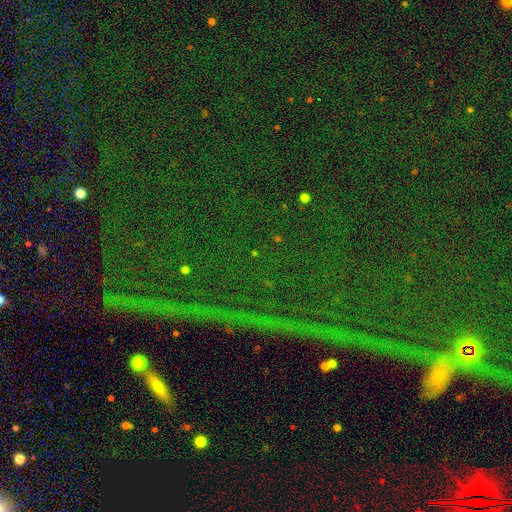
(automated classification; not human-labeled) Q: Smooth or featured?
A: star or artifact (84%); runner-up: featured or disk (9%)